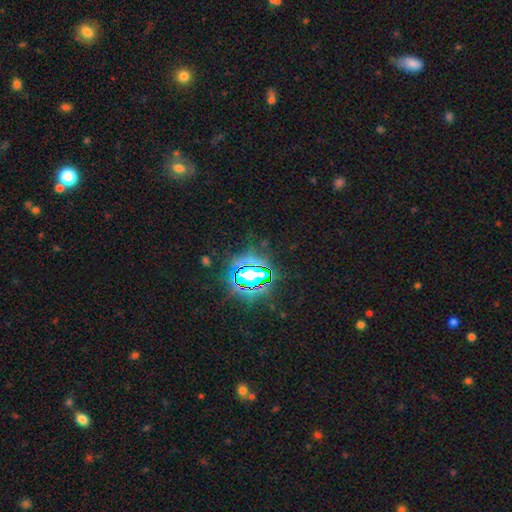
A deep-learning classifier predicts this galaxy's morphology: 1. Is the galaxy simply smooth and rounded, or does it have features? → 81% star or artifact, 12% smooth, 7% featured or disk.